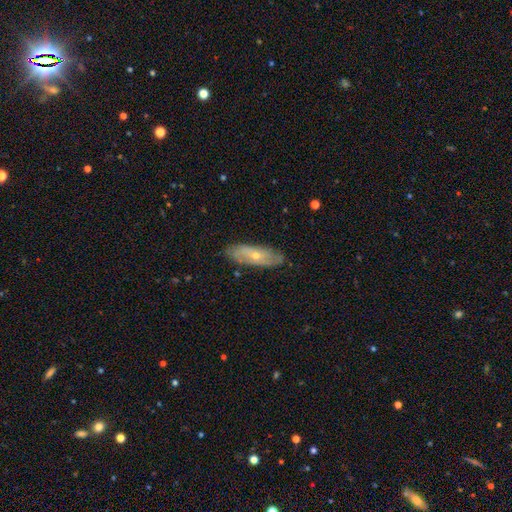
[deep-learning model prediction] featured or disk 59%, smooth 34%, star or artifact 7%. Down the decision tree: edge-on disk — no (71%); merging — none (82%).